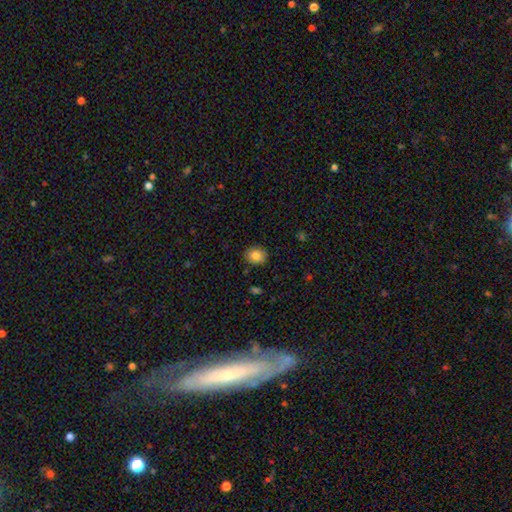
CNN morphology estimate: Overall: smooth (84%). How rounded: round (61%; in between 38%). Merging: none (88%).